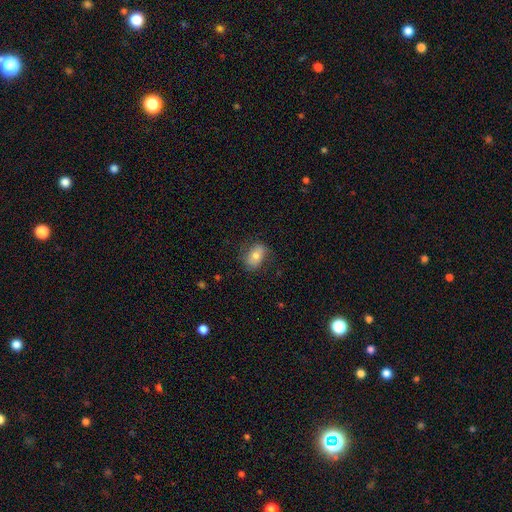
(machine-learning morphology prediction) smooth-or-featured: smooth: 68% | featured or disk: 23% | star or artifact: 9%
  how-rounded: in between: 84% | round: 14% | cigar-shaped: 3%
  merging: none: 74% | minor disturbance: 18% | major disturbance: 6% | merger: 1%